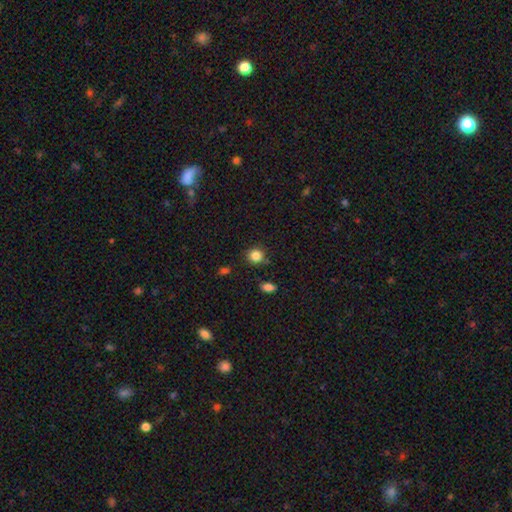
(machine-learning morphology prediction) This appears to be a smooth galaxy with no disk features (84%) that is round (87%). Merging: none (84%).